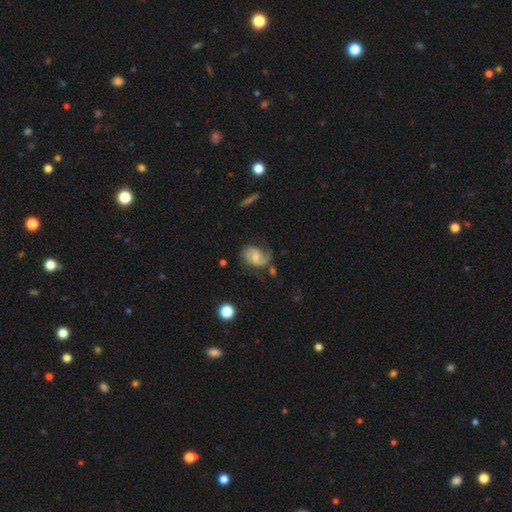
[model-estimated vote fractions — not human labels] Smooth or featured: featured or disk — 64% (smooth — 28%)
Edge-on disk: no — 97% (yes — 3%)
Bar: no — 52% (weak — 40%)
Spiral arms: yes — 89% (no — 11%)
Spiral winding: medium — 45% (loose — 29%)
Spiral arm count: 2 — 71% (1 — 16%)
Bulge size: moderate — 54% (small — 36%)
Merging: none — 54% (minor disturbance — 26%)